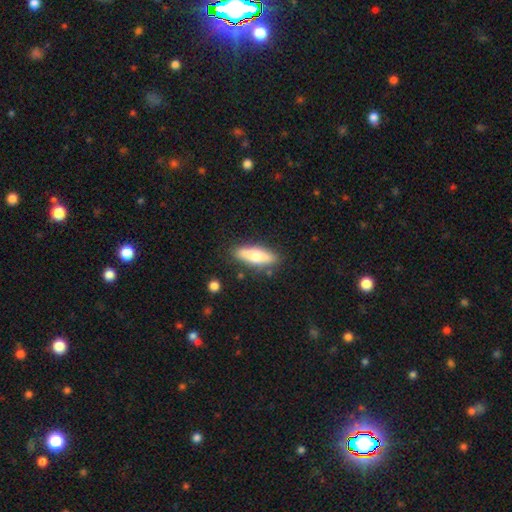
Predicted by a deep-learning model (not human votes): Overall: smooth (63%; featured or disk 31%). How rounded: cigar-shaped (54%; in between 43%). Merging: none (83%).